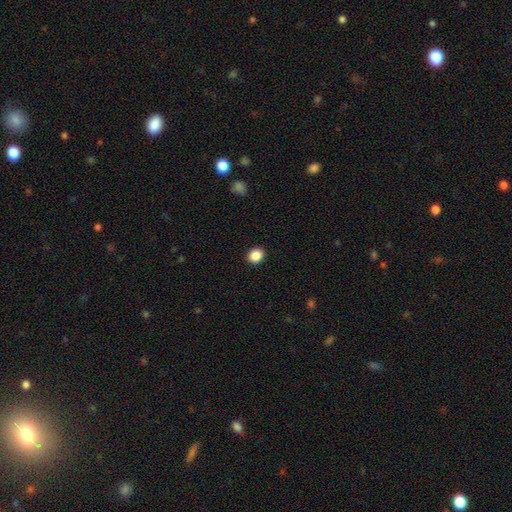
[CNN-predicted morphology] smooth-or-featured: smooth: 88% | star or artifact: 9% | featured or disk: 3%
  how-rounded: round: 71% | in between: 28% | cigar-shaped: 1%
  merging: none: 92% | minor disturbance: 5% | major disturbance: 2% | merger: 1%